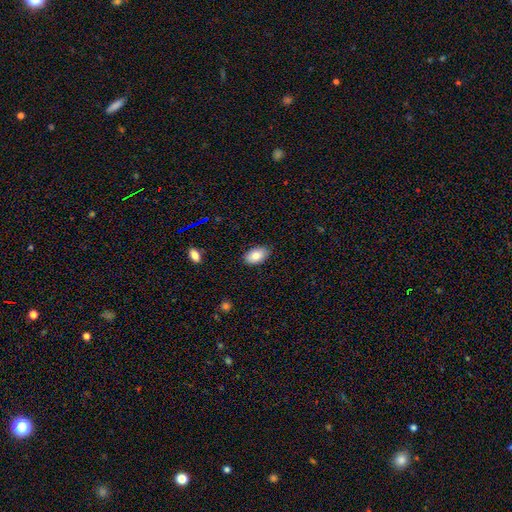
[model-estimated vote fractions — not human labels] smooth 82%, featured or disk 11%, star or artifact 8%. Down the decision tree: how rounded — in between (92%); merging — none (84%).